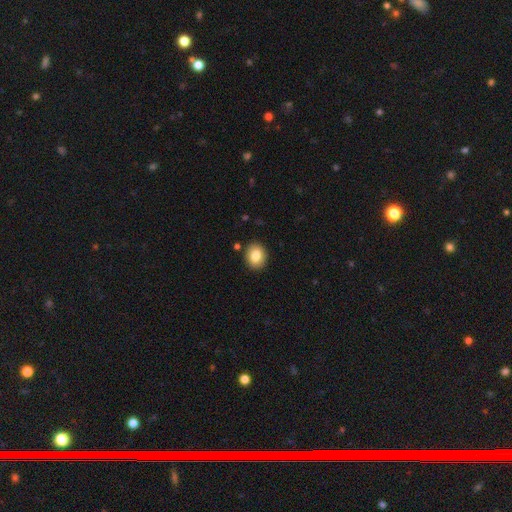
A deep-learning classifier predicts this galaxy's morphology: Smooth or featured? Predicted: smooth (p=0.83). How rounded? Predicted: round (p=0.59). Merging? Predicted: none (p=0.89).